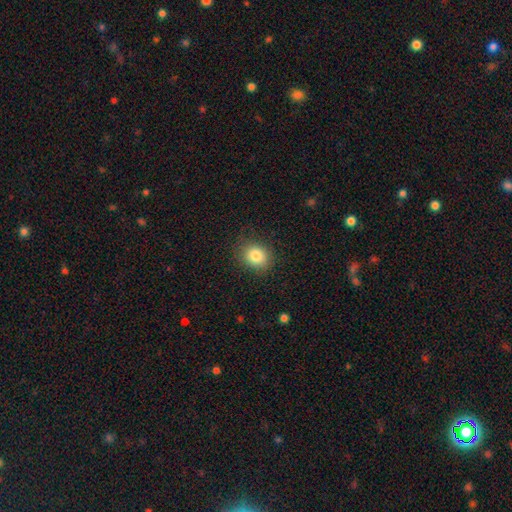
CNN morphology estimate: Smooth or featured? smooth (83%)
How rounded? round (65%)
Merging? none (86%)